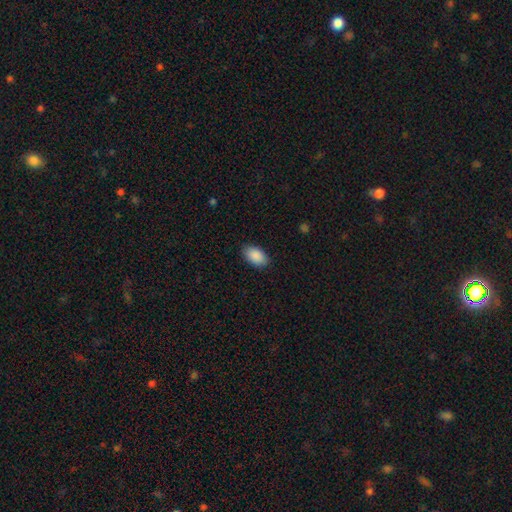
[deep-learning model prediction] smooth_or_featured: smooth (p=0.90) [alt: star or artifact p=0.07]
how_rounded: in between (p=0.93) [alt: round p=0.05]
merging: none (p=0.87) [alt: minor disturbance p=0.10]